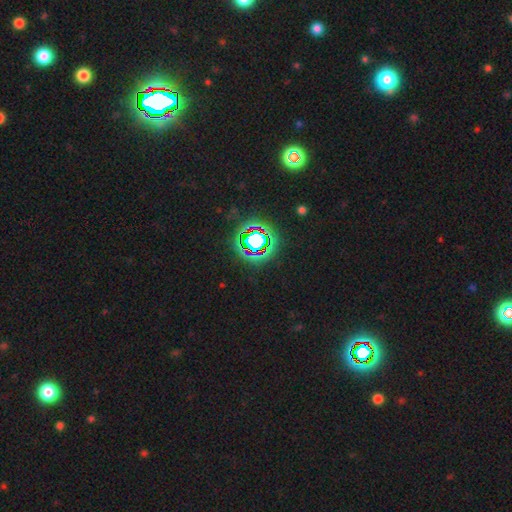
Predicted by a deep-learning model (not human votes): A star or artifact, not a galaxy (80%).

Vote fractions:
- Smooth or featured? star or artifact: 80% / smooth: 12% / featured or disk: 8%